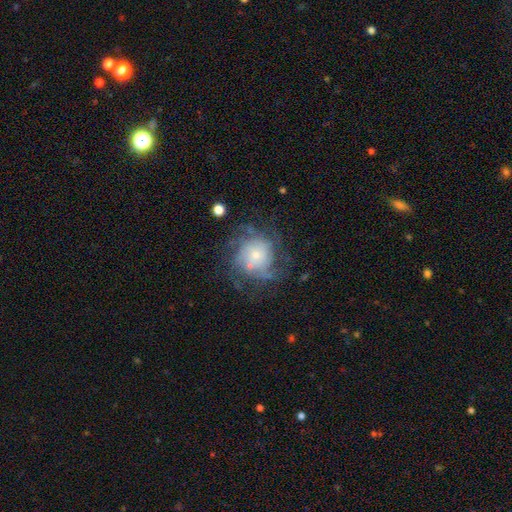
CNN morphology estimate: smooth_or_featured: featured or disk (p=0.63) [alt: smooth p=0.27]
disk_edge_on: no (p=0.97) [alt: yes p=0.03]
bar: no (p=0.80) [alt: weak p=0.17]
has_spiral_arms: yes (p=0.78) [alt: no p=0.22]
bulge_size: small (p=0.58) [alt: moderate p=0.30]
merging: none (p=0.54) [alt: major disturbance p=0.21]